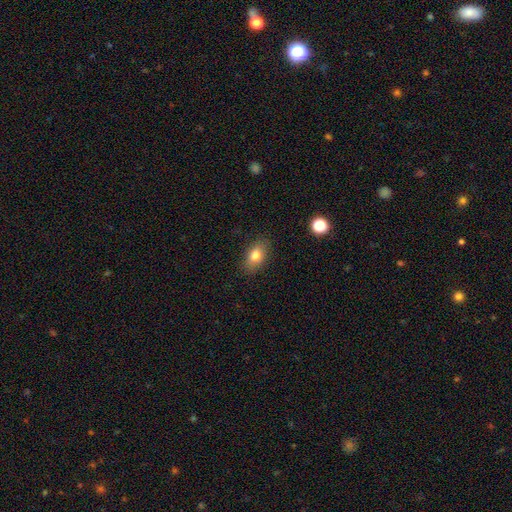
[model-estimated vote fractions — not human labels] Smooth or featured?
  - smooth: 78% *
  - featured or disk: 12%
  - star or artifact: 9%
How rounded?
  - in between: 84% *
  - round: 12%
  - cigar-shaped: 4%
Merging?
  - none: 86% *
  - minor disturbance: 10%
  - major disturbance: 3%
  - merger: 1%